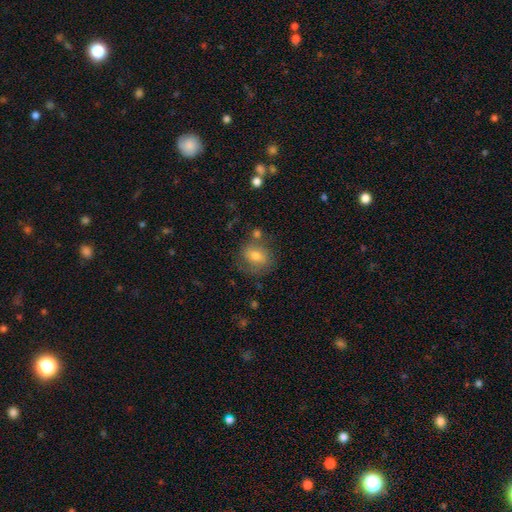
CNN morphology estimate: Smooth or featured?
  - smooth: 66% *
  - featured or disk: 23%
  - star or artifact: 11%
How rounded?
  - in between: 50% *
  - round: 48%
  - cigar-shaped: 2%
Merging?
  - none: 67% *
  - minor disturbance: 18%
  - merger: 8%
  - major disturbance: 7%